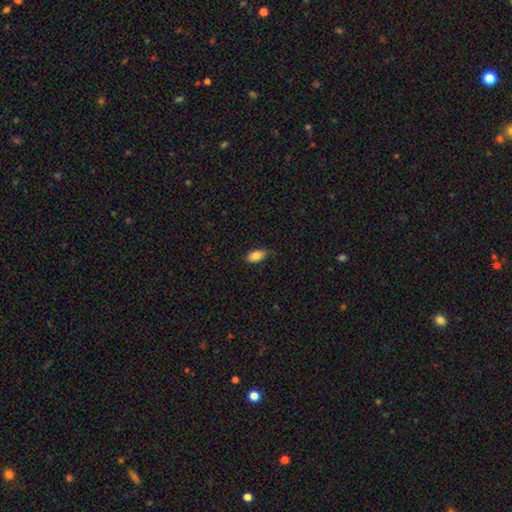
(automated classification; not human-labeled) Q: Smooth or featured?
A: smooth (86%); runner-up: featured or disk (7%)
Q: How rounded?
A: in between (91%); runner-up: cigar-shaped (6%)
Q: Merging?
A: none (80%); runner-up: minor disturbance (16%)